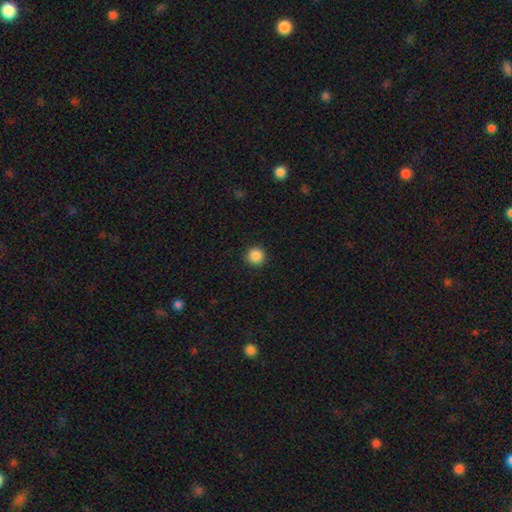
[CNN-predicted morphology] smooth-or-featured: smooth: 88% | star or artifact: 10% | featured or disk: 3%
  how-rounded: round: 96% | in between: 3% | cigar-shaped: 1%
  merging: none: 92% | minor disturbance: 5% | major disturbance: 2% | merger: 1%